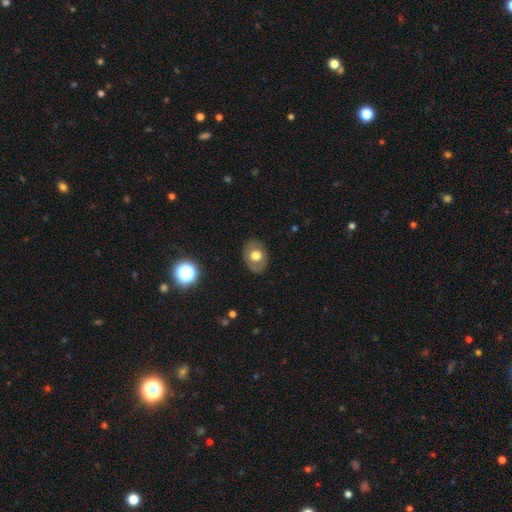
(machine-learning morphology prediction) Smooth or featured? Predicted: smooth (p=0.66). How rounded? Predicted: in between (p=0.61). Merging? Predicted: none (p=0.83).